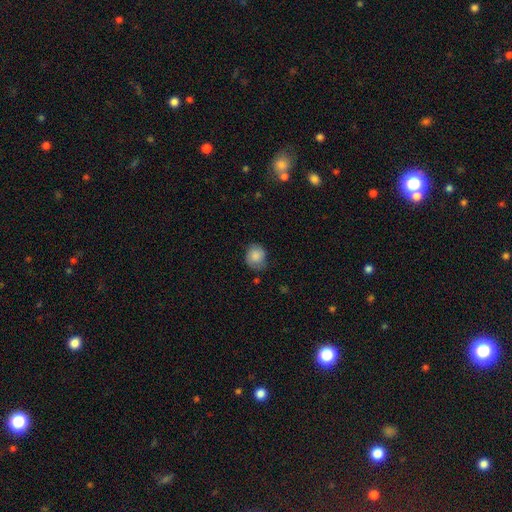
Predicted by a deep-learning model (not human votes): Smooth or featured? smooth (83%)
How rounded? round (71%)
Merging? none (69%)